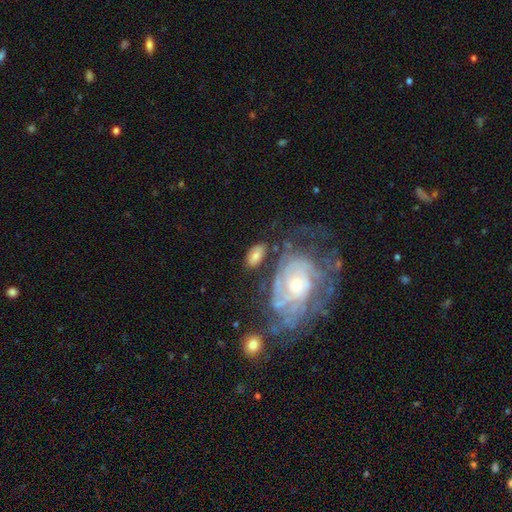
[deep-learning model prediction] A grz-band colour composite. It shows a smooth galaxy with no disk features (56%) that is in between round and cigar-shaped (90%). Merging: none (63%).